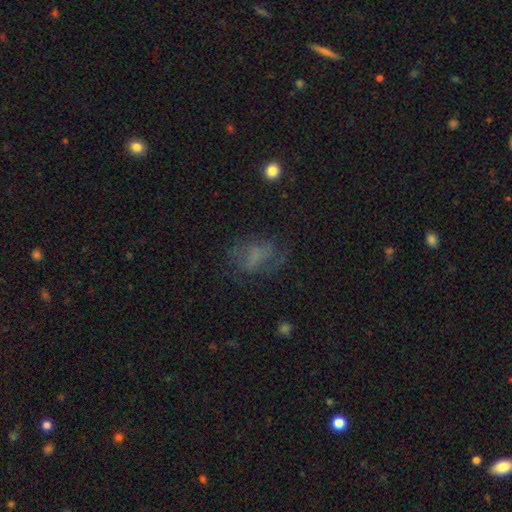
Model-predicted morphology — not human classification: Smooth or featured? smooth (46%)
Merging? none (51%)